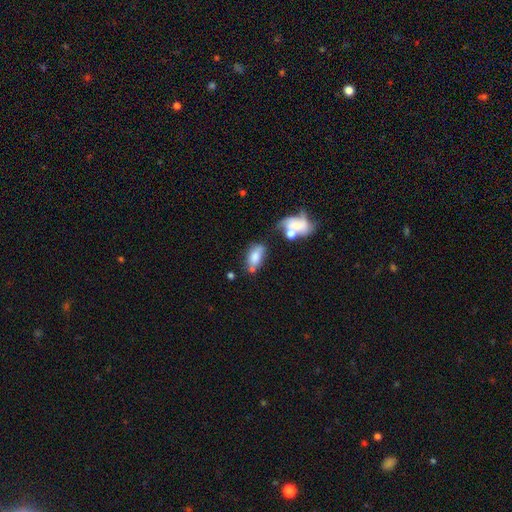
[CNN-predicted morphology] This is likely a smooth galaxy (72%). How rounded: clearly in between (88%). Merging: marginally none (45%).